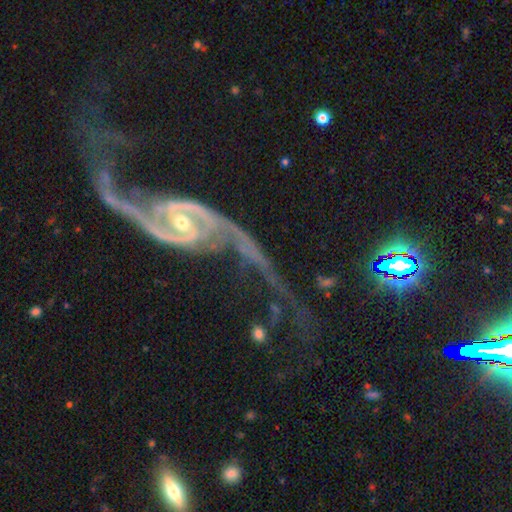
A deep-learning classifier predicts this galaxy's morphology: Smooth or featured?
  - featured or disk: 90% *
  - star or artifact: 6%
  - smooth: 4%
Edge-on disk?
  - no: 95% *
  - yes: 5%
Bar?
  - no: 36% * (tied)
  - weak: 36% * (tied)
  - strong: 28%
Spiral arms?
  - yes: 96% *
  - no: 4%
Spiral winding?
  - loose: 56% *
  - medium: 30%
  - tight: 14%
Spiral arm count?
  - 2: 91% *
  - can't tell: 2%
  - 1: 2%
  - 3: 2%
  - 4: 2%
  - more than 4: 2%
Bulge size?
  - moderate: 48% *
  - small: 47%
  - large: 2%
  - none: 2%
  - dominant: 1%
Merging?
  - none: 39% *
  - major disturbance: 34%
  - minor disturbance: 17%
  - merger: 10%